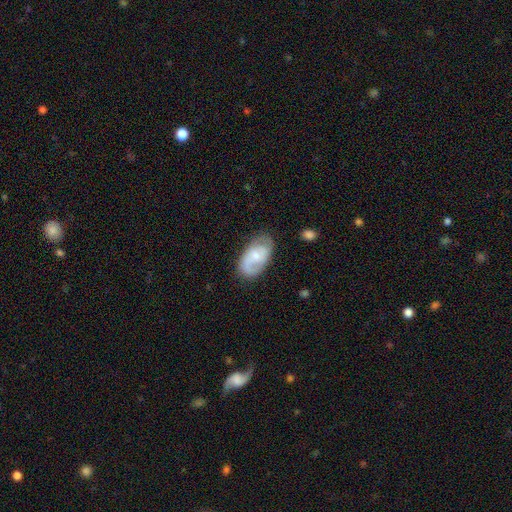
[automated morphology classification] This appears to be a featured or disk galaxy (58%) with no bar (64%), spiral arms (83%) and a small central bulge (52%). Merging: none (67%).